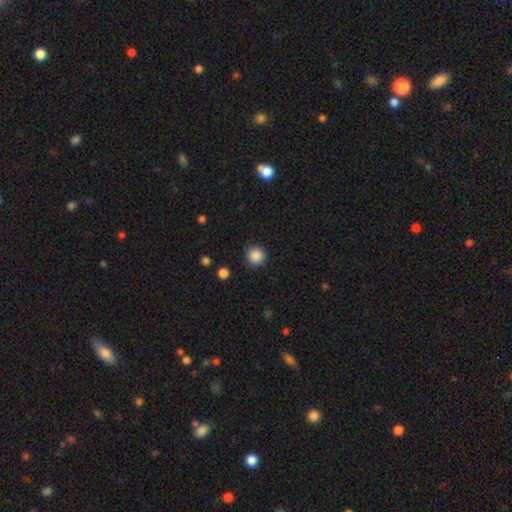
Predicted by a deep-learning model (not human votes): Smooth or featured? Predicted: smooth (p=0.87). How rounded? Predicted: round (p=0.94). Merging? Predicted: none (p=0.89).